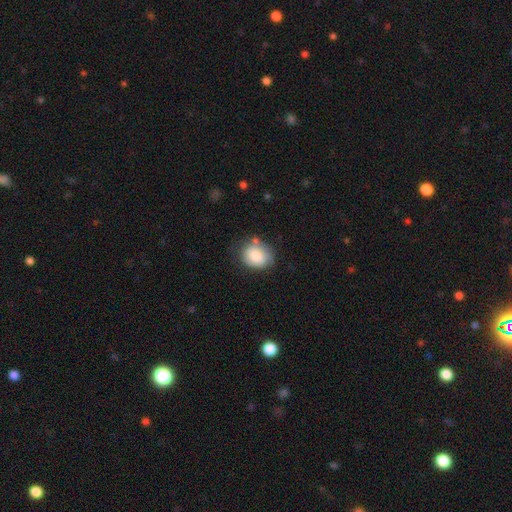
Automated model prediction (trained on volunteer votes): Q: Smooth or featured?
A: smooth (82%); runner-up: featured or disk (11%)
Q: How rounded?
A: round (53%); runner-up: in between (46%)
Q: Merging?
A: none (61%); runner-up: minor disturbance (25%)